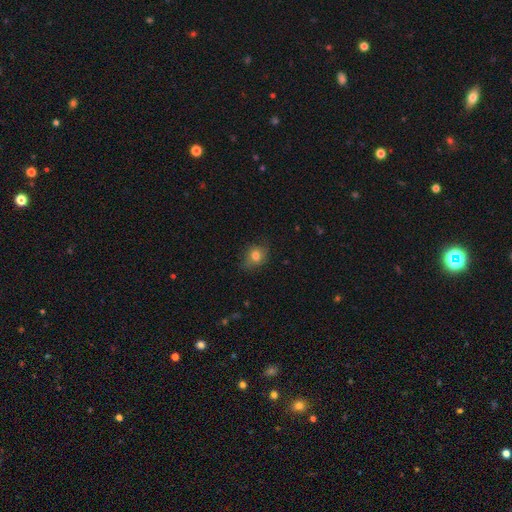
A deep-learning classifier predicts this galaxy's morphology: Overall: smooth (74%). How rounded: round (57%; in between 42%). Merging: none (66%).